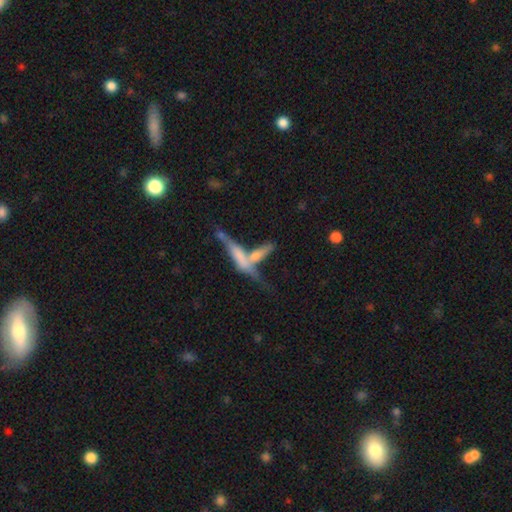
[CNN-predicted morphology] Overall: smooth (48%; featured or disk 42%). Merging: merger (60%; none 21%).